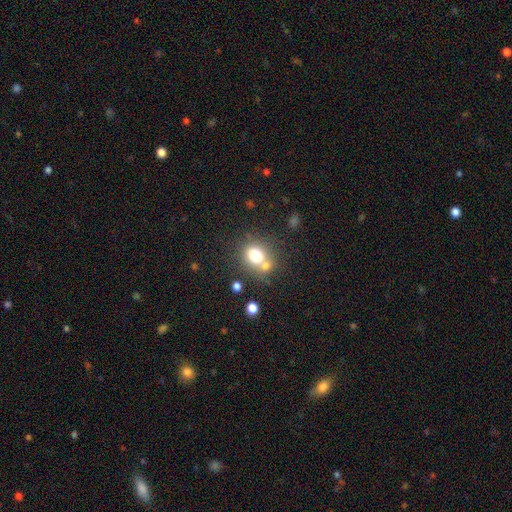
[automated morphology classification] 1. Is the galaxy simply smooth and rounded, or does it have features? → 73% smooth, 14% featured or disk, 13% star or artifact.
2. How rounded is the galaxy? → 66% round, 33% in between, 1% cigar-shaped.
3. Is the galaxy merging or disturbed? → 55% none, 27% merger, 12% minor disturbance, 5% major disturbance.